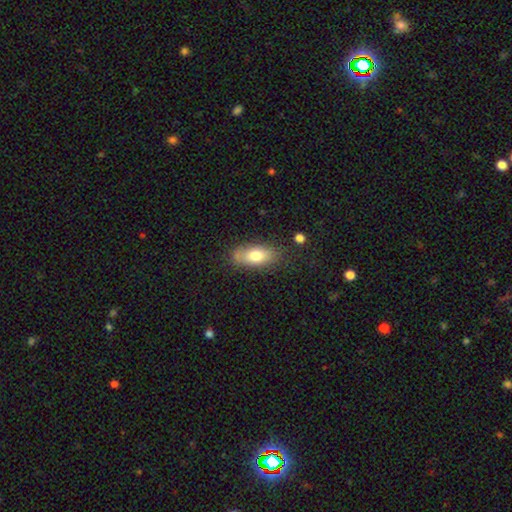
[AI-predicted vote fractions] This appears to be a smooth galaxy with no disk features (74%) that is in between round and cigar-shaped (85%). Merging: none (72%).